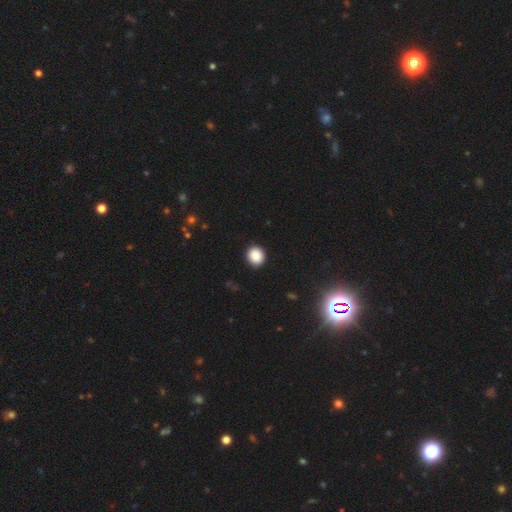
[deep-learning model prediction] Morphology: type=smooth (87%); roundness=round (84%); merging=none (92%).